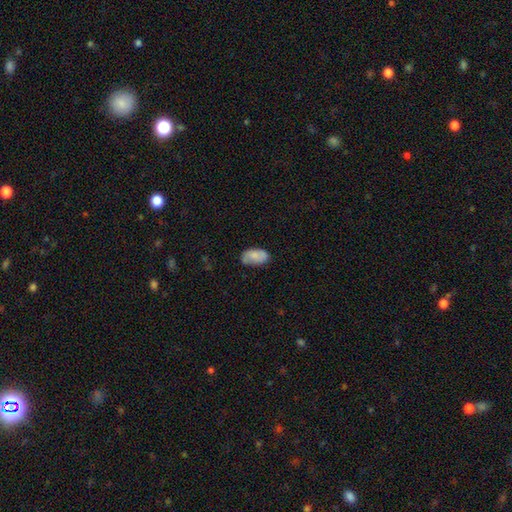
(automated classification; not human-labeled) A smooth galaxy with no disk features (71%) that is in between round and cigar-shaped (93%).

Vote fractions:
- Smooth or featured? smooth: 71% / featured or disk: 22% / star or artifact: 7%
- How rounded? in between: 93% / round: 5% / cigar-shaped: 2%
- Merging? none: 68% / minor disturbance: 25% / major disturbance: 5% / merger: 2%